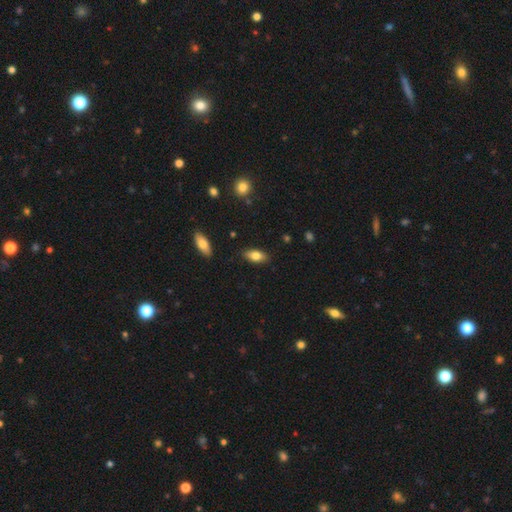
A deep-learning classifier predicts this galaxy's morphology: smooth 79%, featured or disk 14%, star or artifact 7%. Down the decision tree: how rounded — in between (88%); merging — none (86%).